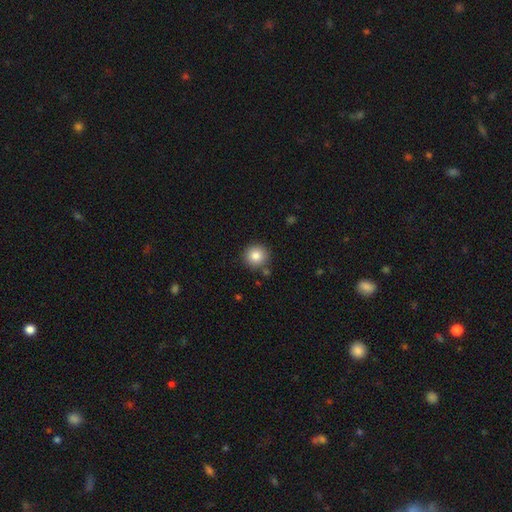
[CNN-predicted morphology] This appears to be a smooth galaxy with no disk features (84%) that is round (94%). Merging: none (85%).